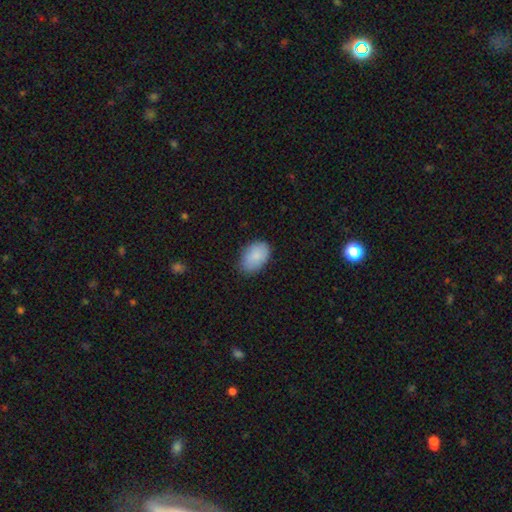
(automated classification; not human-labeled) smooth-or-featured: smooth: 85% | featured or disk: 8% | star or artifact: 7%
  how-rounded: in between: 88% | round: 11% | cigar-shaped: 1%
  merging: none: 76% | minor disturbance: 19% | major disturbance: 4% | merger: 1%